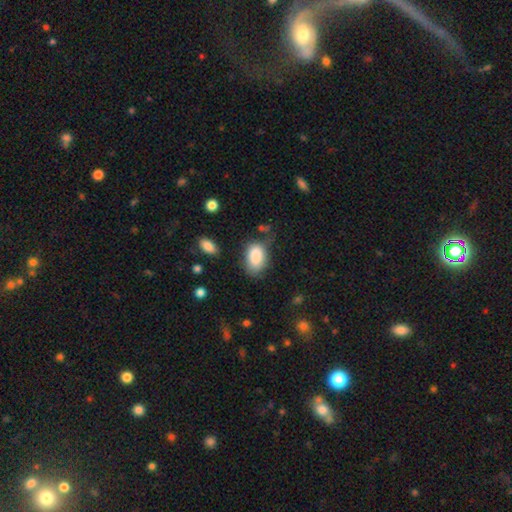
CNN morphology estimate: A smooth galaxy with no disk features (85%) that is in between round and cigar-shaped (90%). Merging: none (59%).